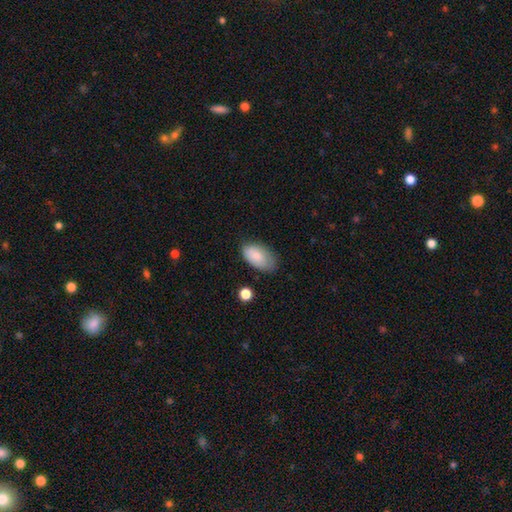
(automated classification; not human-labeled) This is clearly a smooth galaxy (83%). How rounded: clearly in between (94%). Merging: likely none (66%).